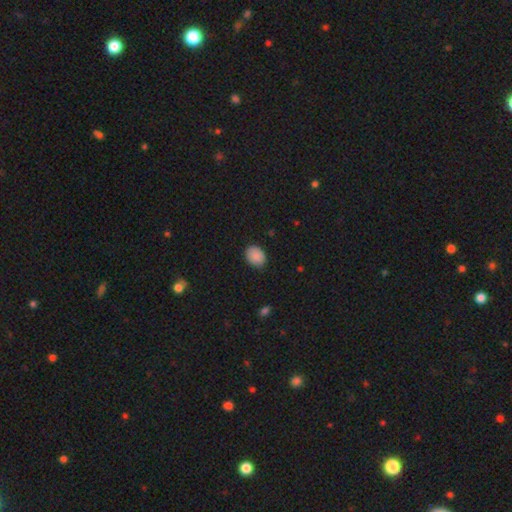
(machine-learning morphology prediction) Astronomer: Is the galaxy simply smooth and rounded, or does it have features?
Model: smooth — 88%.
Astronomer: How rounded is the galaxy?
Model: in between — 62%.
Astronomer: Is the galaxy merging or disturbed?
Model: none — 86%.